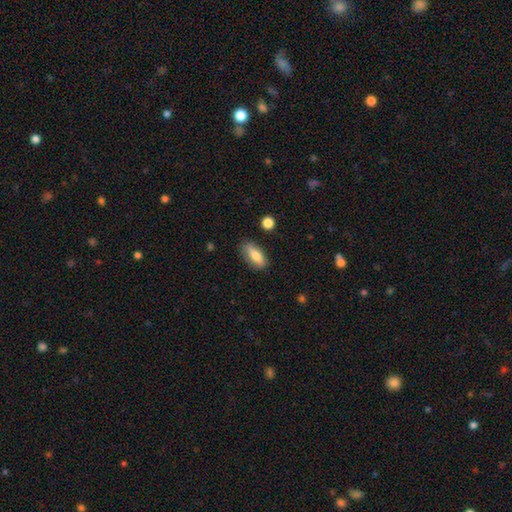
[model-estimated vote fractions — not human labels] A smooth galaxy with no disk features (77%) that is in between round and cigar-shaped (74%).

Vote fractions:
- Smooth or featured? smooth: 77% / featured or disk: 16% / star or artifact: 7%
- How rounded? in between: 74% / cigar-shaped: 22% / round: 3%
- Merging? none: 78% / minor disturbance: 16% / major disturbance: 3% / merger: 2%